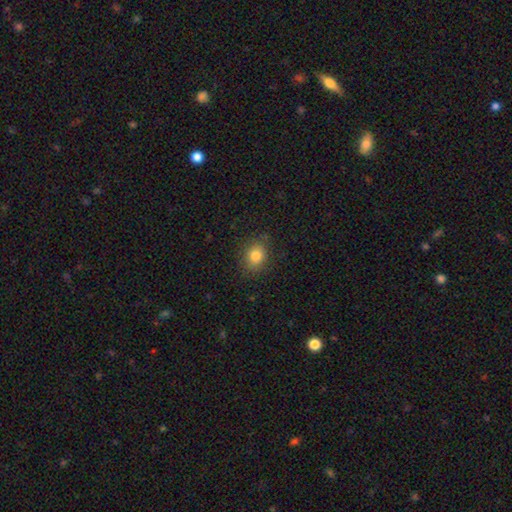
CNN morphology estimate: Smooth or featured? smooth (82%)
How rounded? round (54%)
Merging? none (85%)